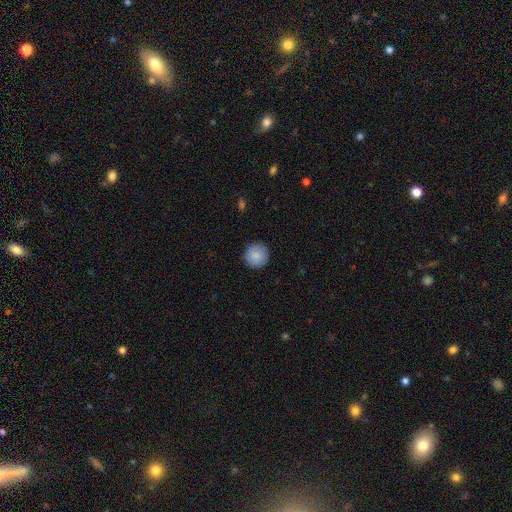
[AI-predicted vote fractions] This appears to be a smooth galaxy with no disk features (86%) that is round (95%). Merging: none (90%).